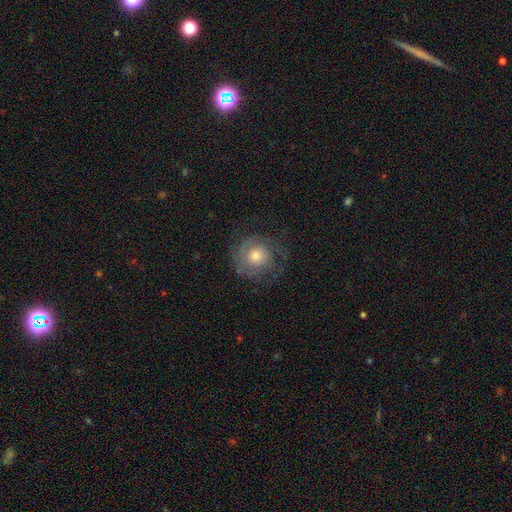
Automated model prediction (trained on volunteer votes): This is possibly a featured or disk galaxy (57%). It is clearly not viewed edge-on (97%). Bar: clearly no (83%). Spiral arm pattern: clearly yes (80%). Central bulge: likely moderate (64%). Merging: likely none (70%).